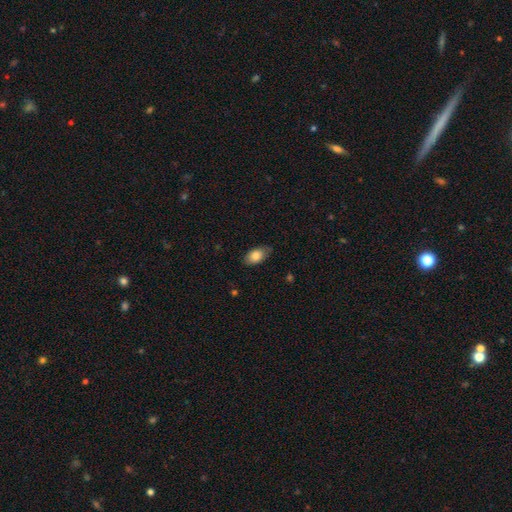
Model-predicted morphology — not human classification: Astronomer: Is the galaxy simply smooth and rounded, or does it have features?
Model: smooth — 83%.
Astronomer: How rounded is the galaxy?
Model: in between — 92%.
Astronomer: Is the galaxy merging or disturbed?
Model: none — 75%.